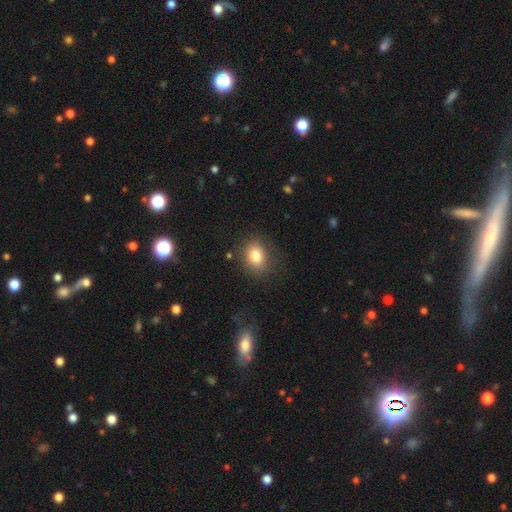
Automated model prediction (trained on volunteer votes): The model was most divided on "how rounded": in between: 57%, round: 42%, cigar-shaped: 1%. More confident: smooth or featured — smooth (83%); merging — none (80%).